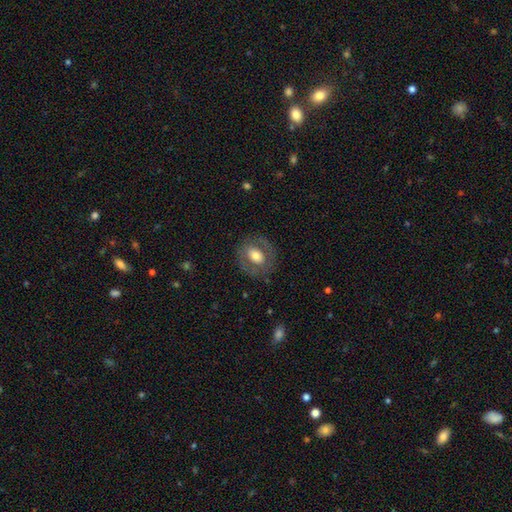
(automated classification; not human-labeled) smooth 53%, featured or disk 40%, star or artifact 7%. Down the decision tree: how rounded — round (50%); merging — none (79%).